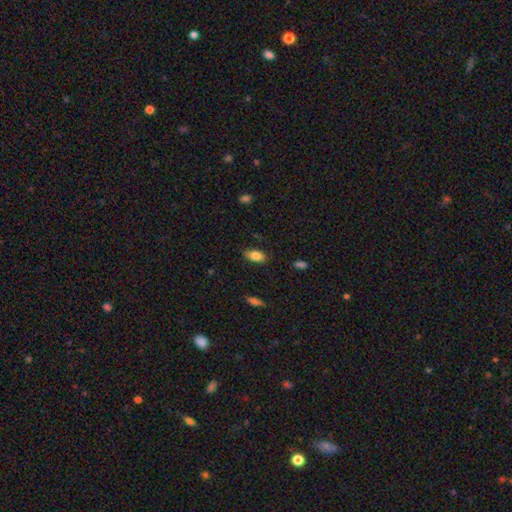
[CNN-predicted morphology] Smooth or featured? Predicted: smooth (p=0.82). How rounded? Predicted: in between (p=0.90). Merging? Predicted: none (p=0.84).